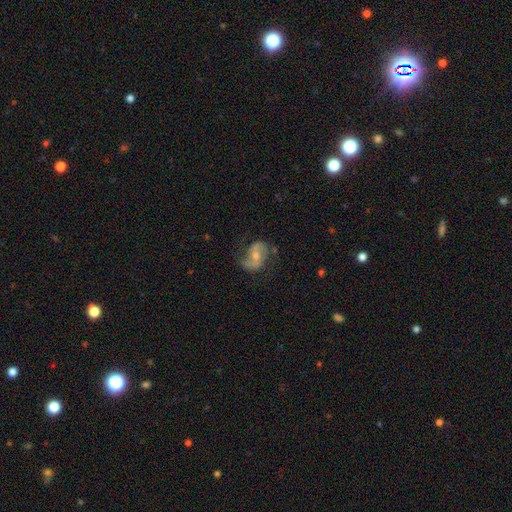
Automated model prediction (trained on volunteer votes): Smooth or featured? featured or disk (74%)
Edge-on disk? no (97%)
Bar? no (42%)
Spiral arms? yes (90%)
Spiral winding? loose (47%)
Spiral arm count? 2 (88%)
Bulge size? moderate (57%)
Merging? none (66%)